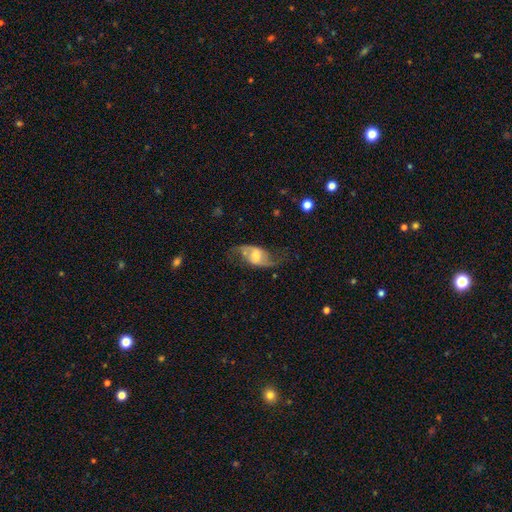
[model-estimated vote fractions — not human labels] This is likely a featured or disk galaxy (78%). It is clearly not viewed edge-on (95%). Bar: marginally weak (45%). Spiral arm pattern: clearly yes (92%). Spiral arm count: clearly 2 (92%). Spiral winding: likely loose (74%). Central bulge: possibly moderate (46%). Merging: likely none (67%).